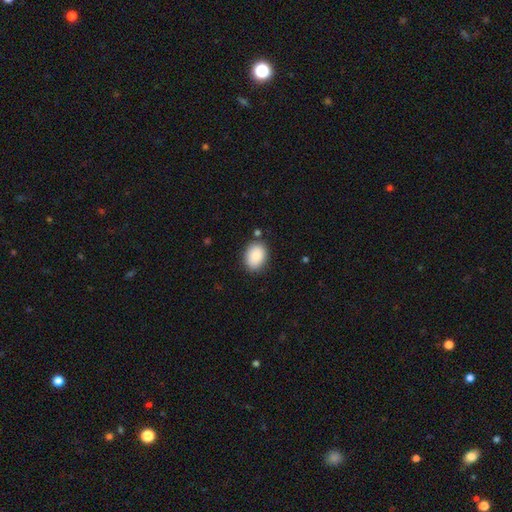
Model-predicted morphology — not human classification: type=smooth (87%); roundness=in between (72%); merging=none (83%).